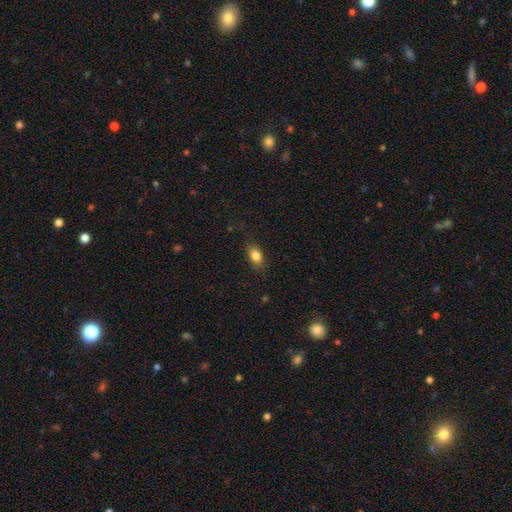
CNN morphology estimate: Smooth or featured: smooth — 84% (star or artifact — 9%)
How rounded: in between — 85% (round — 10%)
Merging: none — 83% (minor disturbance — 12%)